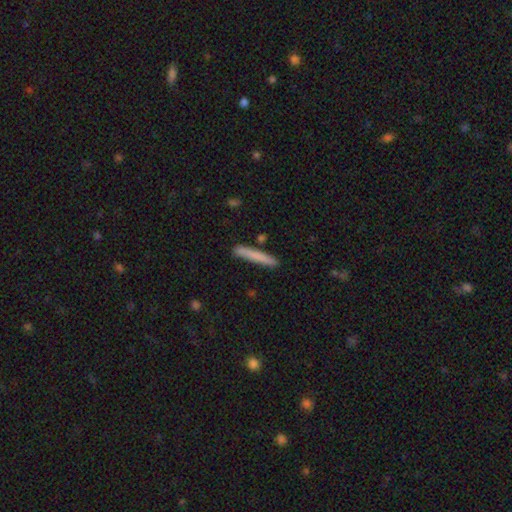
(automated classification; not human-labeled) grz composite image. It shows a smooth galaxy with no disk features (78%) that is cigar-shaped (96%). Merging: none (87%).